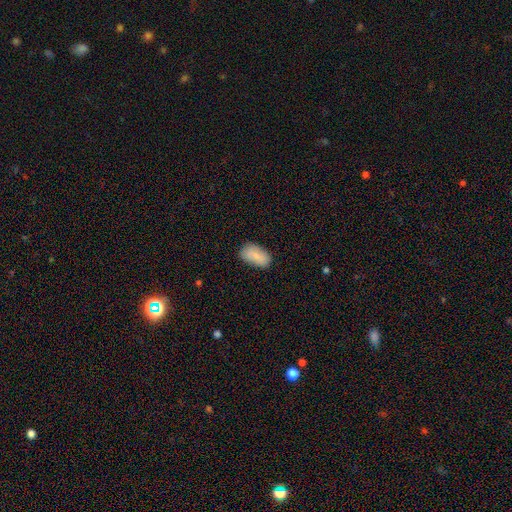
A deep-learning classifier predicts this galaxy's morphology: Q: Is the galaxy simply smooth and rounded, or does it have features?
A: smooth — 82%.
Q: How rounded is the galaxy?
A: in between — 94%.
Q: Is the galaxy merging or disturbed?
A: none — 76%.